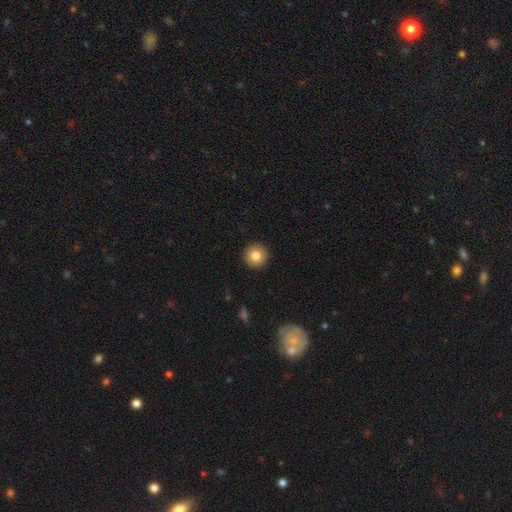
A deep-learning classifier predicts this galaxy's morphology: This appears to be a smooth galaxy with no disk features (83%) that is round (96%). Merging: none (93%).